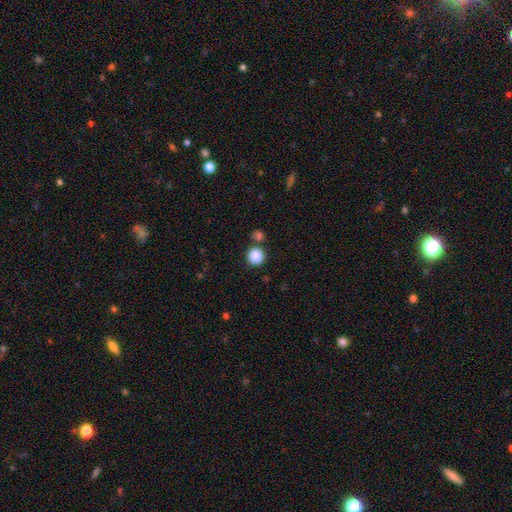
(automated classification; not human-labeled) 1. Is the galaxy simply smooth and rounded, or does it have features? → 88% smooth, 9% star or artifact, 3% featured or disk.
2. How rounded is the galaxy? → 93% round, 6% in between, 1% cigar-shaped.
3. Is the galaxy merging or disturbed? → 77% none, 12% merger, 8% minor disturbance, 3% major disturbance.